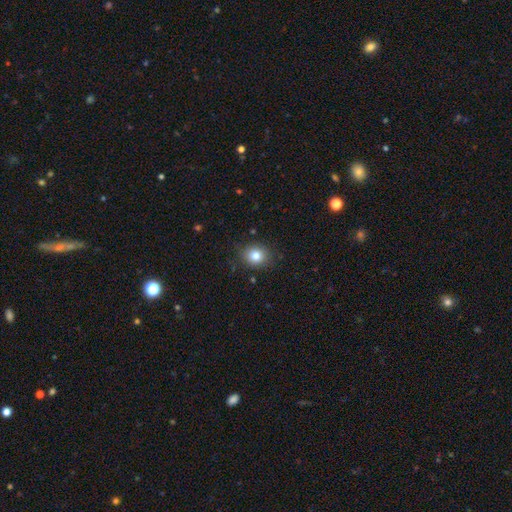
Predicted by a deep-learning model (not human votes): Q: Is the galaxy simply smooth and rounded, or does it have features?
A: smooth — 81%.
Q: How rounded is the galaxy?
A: round — 69%.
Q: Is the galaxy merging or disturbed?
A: none — 85%.